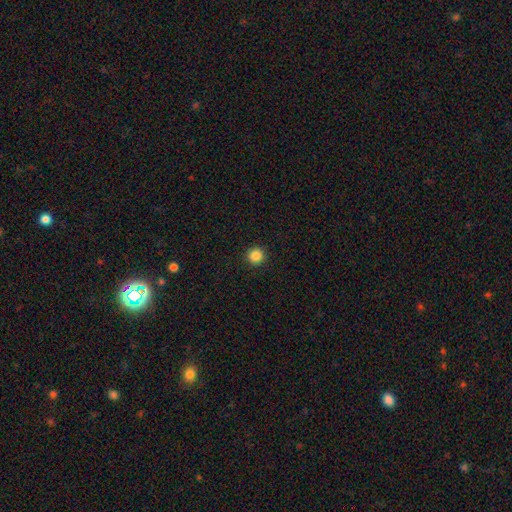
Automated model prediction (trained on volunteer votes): Morphology: type=smooth (86%); roundness=round (96%); merging=none (93%).